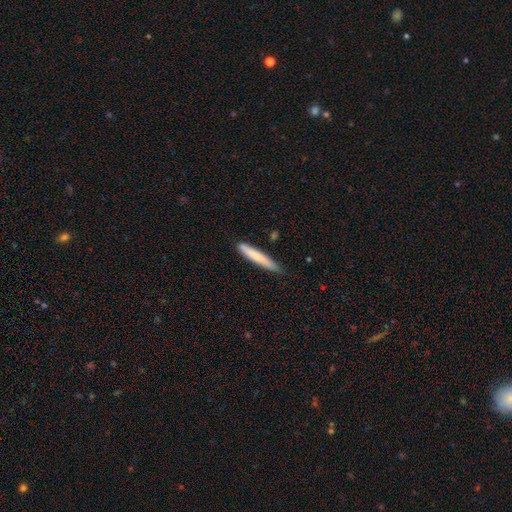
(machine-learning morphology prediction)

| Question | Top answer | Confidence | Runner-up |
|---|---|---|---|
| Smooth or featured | smooth | 73% | featured or disk (21%) |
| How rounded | cigar-shaped | 94% | in between (5%) |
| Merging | none | 80% | minor disturbance (16%) |